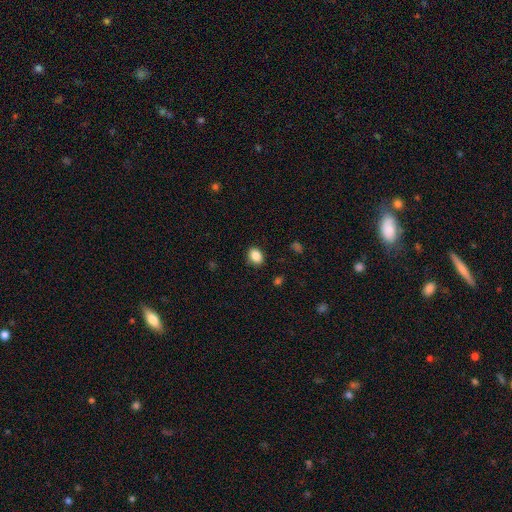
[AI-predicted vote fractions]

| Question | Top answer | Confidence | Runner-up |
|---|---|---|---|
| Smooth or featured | smooth | 86% | star or artifact (9%) |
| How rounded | in between | 68% | round (31%) |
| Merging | none | 87% | minor disturbance (9%) |